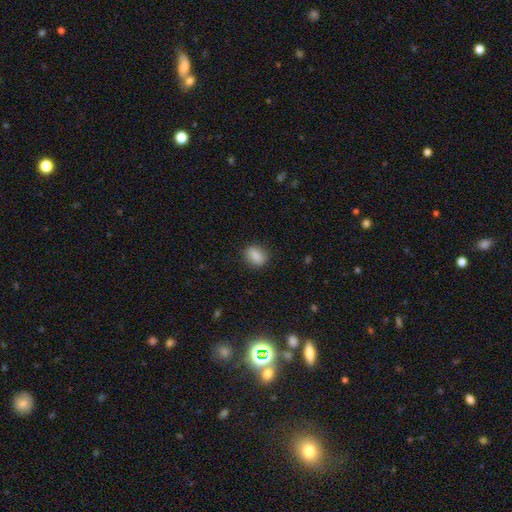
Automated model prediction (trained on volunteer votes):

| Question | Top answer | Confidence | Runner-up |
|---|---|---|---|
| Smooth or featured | smooth | 86% | star or artifact (8%) |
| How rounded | in between | 61% | round (37%) |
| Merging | none | 87% | minor disturbance (10%) |